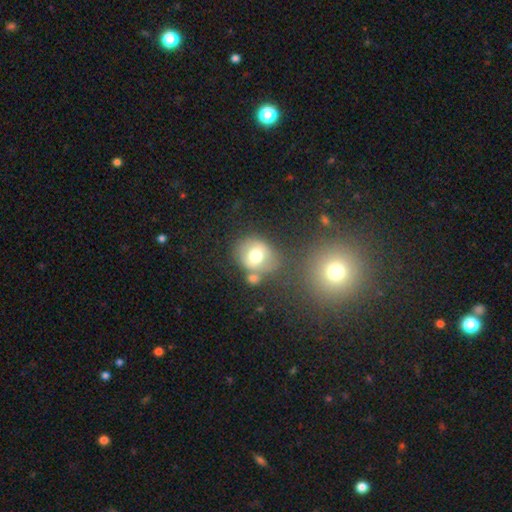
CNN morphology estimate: Smooth or featured? Predicted: smooth (p=0.62). How rounded? Predicted: round (p=0.70). Merging? Predicted: none (p=0.54).